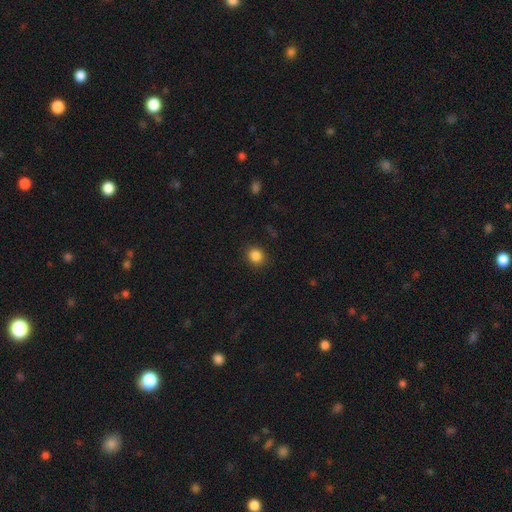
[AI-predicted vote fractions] Smooth or featured? Predicted: smooth (p=0.85). How rounded? Predicted: round (p=0.77). Merging? Predicted: none (p=0.89).